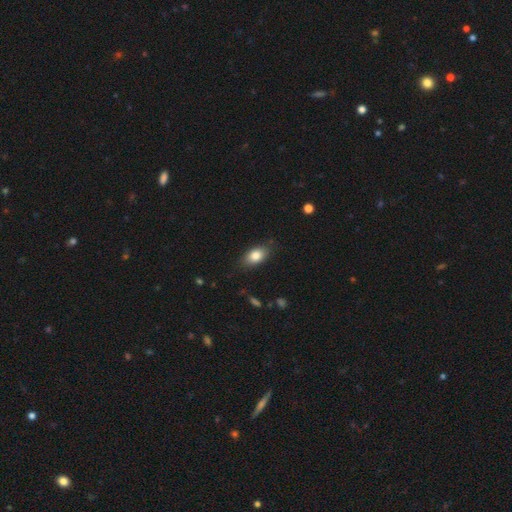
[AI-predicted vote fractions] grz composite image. It shows a smooth galaxy with no disk features (82%) that is in between round and cigar-shaped (87%). Merging: none (80%).